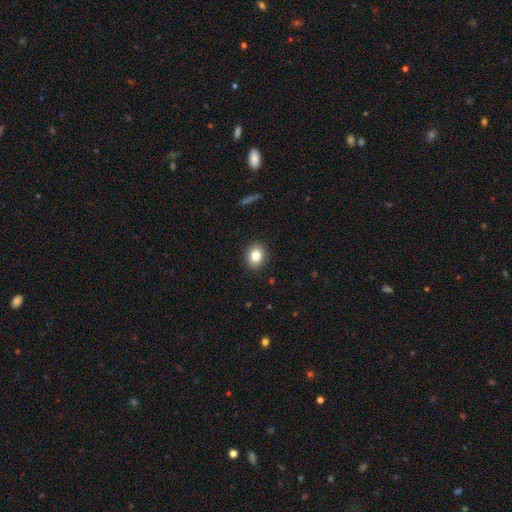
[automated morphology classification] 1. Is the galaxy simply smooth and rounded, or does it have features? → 83% smooth, 10% star or artifact, 7% featured or disk.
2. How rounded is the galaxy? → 60% round, 39% in between, 1% cigar-shaped.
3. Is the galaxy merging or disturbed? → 90% none, 7% minor disturbance, 2% major disturbance, 1% merger.